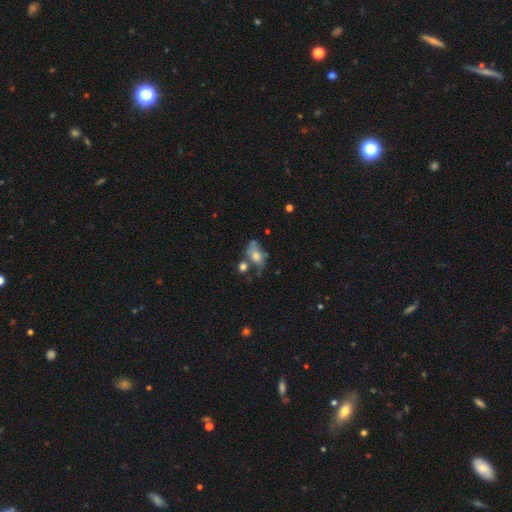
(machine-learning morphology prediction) A smooth galaxy with no disk features (46%). Merging: none (36%).